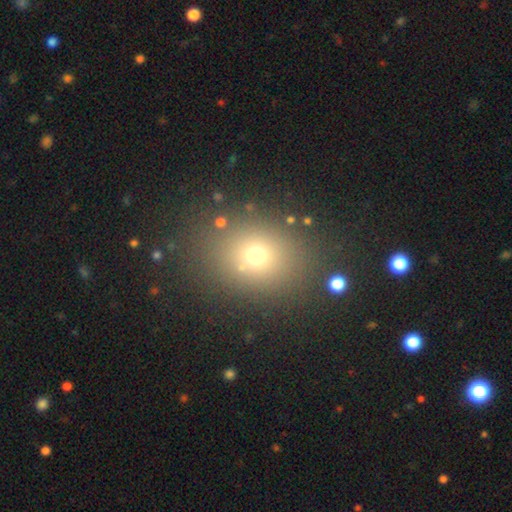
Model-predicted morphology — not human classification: A smooth galaxy with no disk features (68%) that is round (57%). Merging: none (80%).